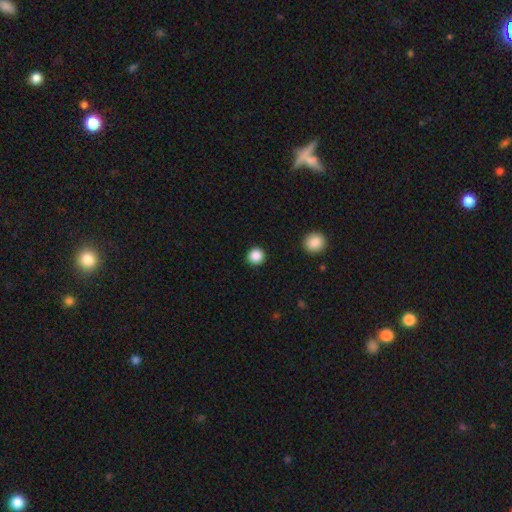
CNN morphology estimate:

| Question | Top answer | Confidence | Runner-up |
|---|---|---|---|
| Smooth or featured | smooth | 87% | star or artifact (10%) |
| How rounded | round | 96% | in between (3%) |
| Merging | none | 93% | minor disturbance (4%) |